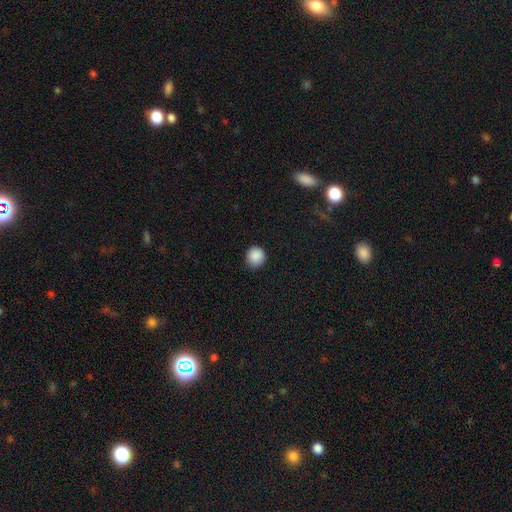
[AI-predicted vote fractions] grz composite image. It shows a smooth galaxy with no disk features (89%) that is round (92%). Merging: none (84%).